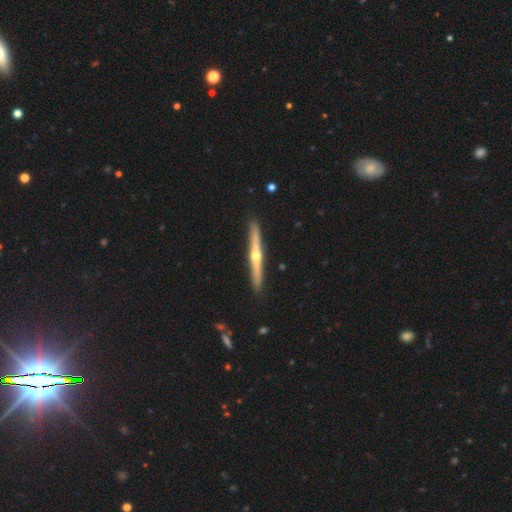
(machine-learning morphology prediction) Smooth or featured?
  - featured or disk: 74% *
  - smooth: 21%
  - star or artifact: 5%
Edge-on disk?
  - yes: 98% *
  - no: 2%
Edge-on bulge?
  - rounded: 92% *
  - none: 7%
  - boxy: 2%
Merging?
  - none: 92% *
  - minor disturbance: 6%
  - major disturbance: 1%
  - merger: 1%